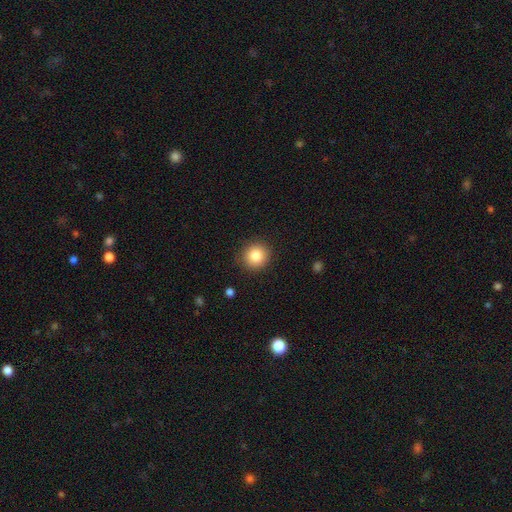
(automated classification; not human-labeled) A smooth galaxy with no disk features (84%) that is round (91%). Merging: none (90%).